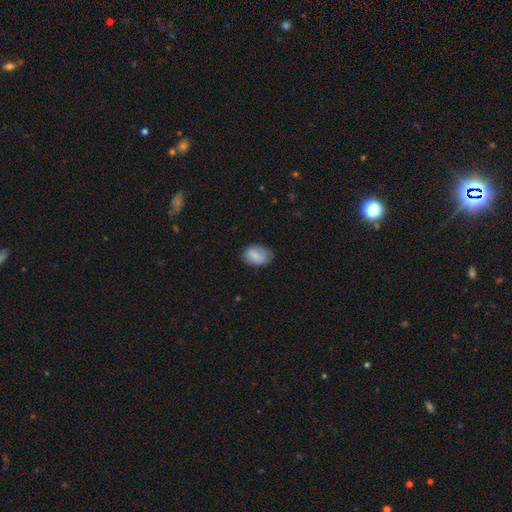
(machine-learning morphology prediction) Smooth or featured? smooth (79%)
How rounded? in between (82%)
Merging? none (62%)